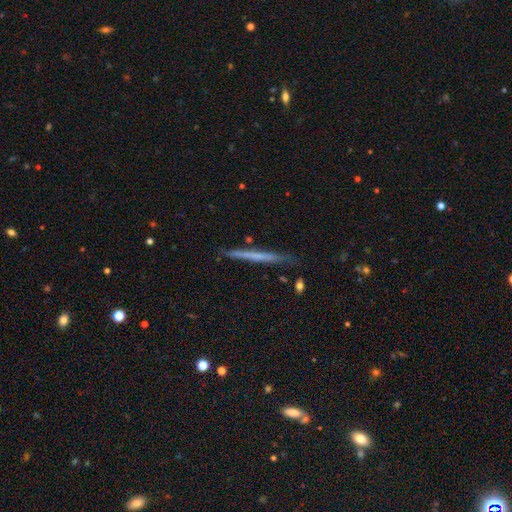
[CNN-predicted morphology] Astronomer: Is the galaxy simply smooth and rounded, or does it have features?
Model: smooth — 48% (runner-up: featured or disk, 46%).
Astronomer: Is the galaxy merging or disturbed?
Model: none — 87%.